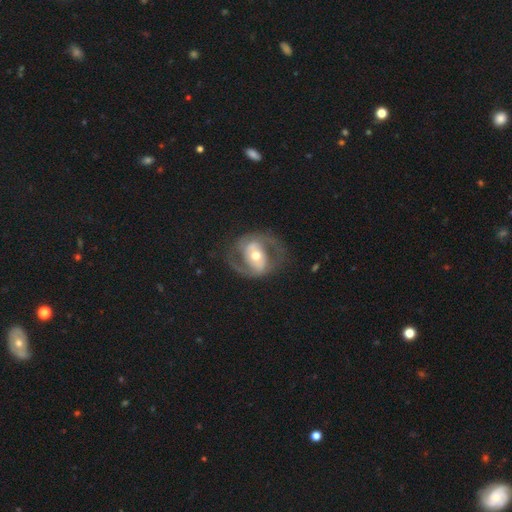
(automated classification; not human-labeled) A featured or disk galaxy (84%) with no bar (35%), 2 (90%) medium (54%) spiral arms (85%) and a moderate central bulge (70%). Merging: none (72%).